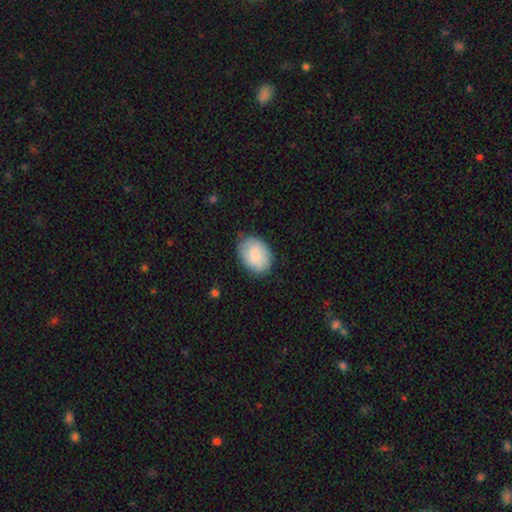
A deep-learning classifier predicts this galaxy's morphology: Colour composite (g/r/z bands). It shows a smooth galaxy with no disk features (81%) that is in between round and cigar-shaped (78%). Merging: none (76%).